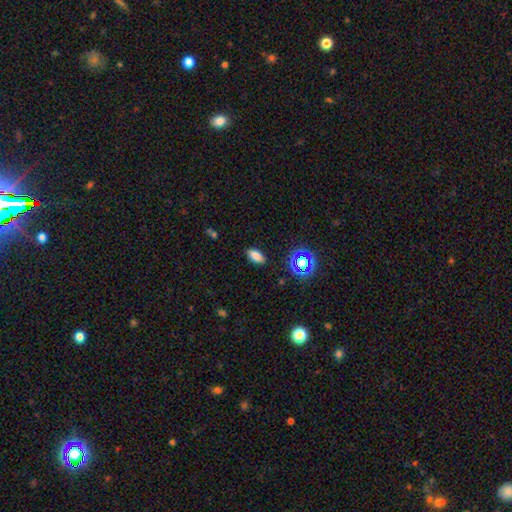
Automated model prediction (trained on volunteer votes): A smooth galaxy with no disk features (77%) that is in between round and cigar-shaped (87%). Merging: none (88%).